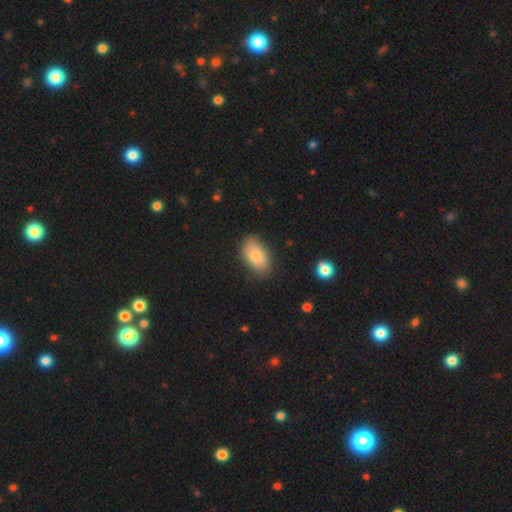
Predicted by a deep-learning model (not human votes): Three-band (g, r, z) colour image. It shows a smooth galaxy with no disk features (80%) that is in between round and cigar-shaped (92%). Merging: none (81%).